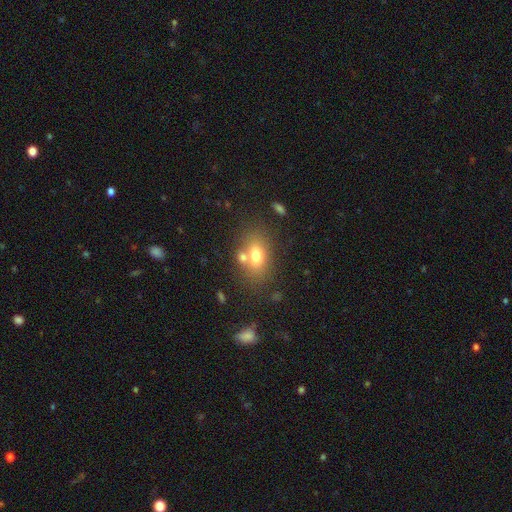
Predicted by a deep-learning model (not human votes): A smooth galaxy with no disk features (71%) that is in between round and cigar-shaped (79%).

Vote fractions:
- Smooth or featured? smooth: 71% / featured or disk: 18% / star or artifact: 11%
- How rounded? in between: 79% / round: 19% / cigar-shaped: 2%
- Merging? none: 58% / merger: 24% / minor disturbance: 13% / major disturbance: 5%